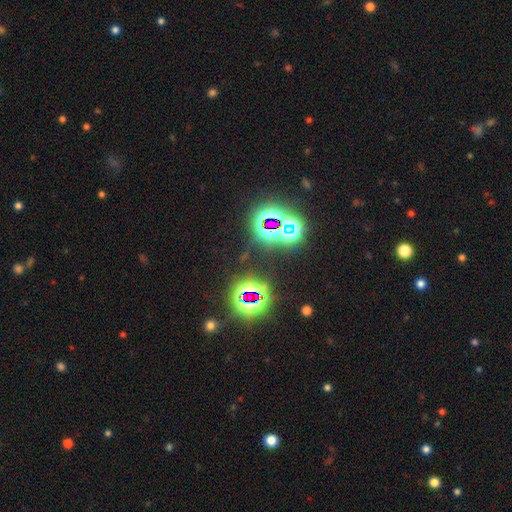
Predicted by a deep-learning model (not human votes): star or artifact 78%, smooth 13%, featured or disk 9%.